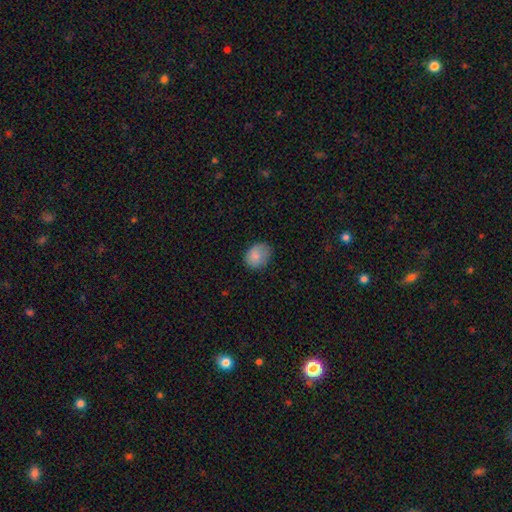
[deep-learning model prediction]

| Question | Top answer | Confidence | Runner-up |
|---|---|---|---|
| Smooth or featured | smooth | 84% | star or artifact (8%) |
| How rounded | in between | 53% | round (46%) |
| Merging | none | 66% | minor disturbance (26%) |